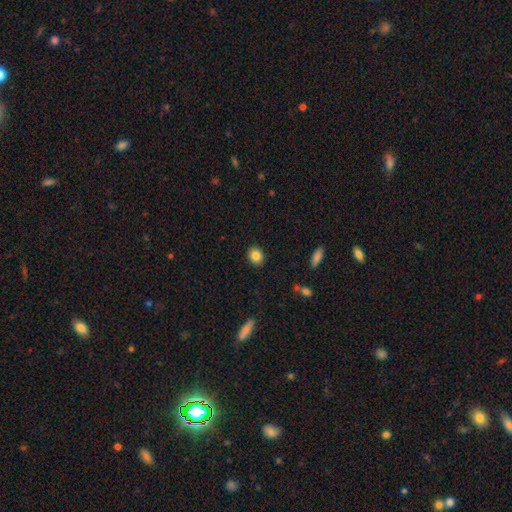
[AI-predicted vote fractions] Smooth or featured? smooth (84%)
How rounded? round (59%)
Merging? none (90%)